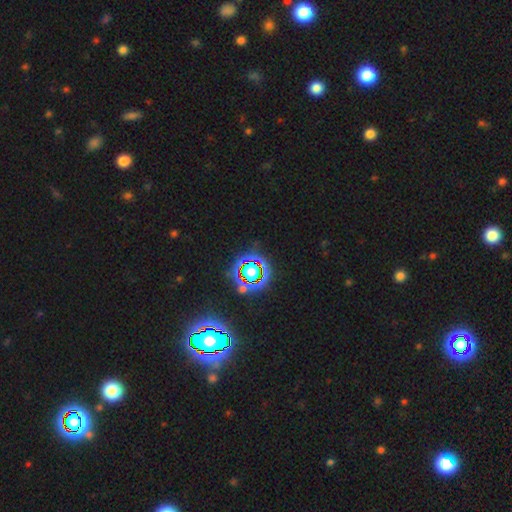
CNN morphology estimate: This is likely a star or artifact rather than a galaxy (80%).